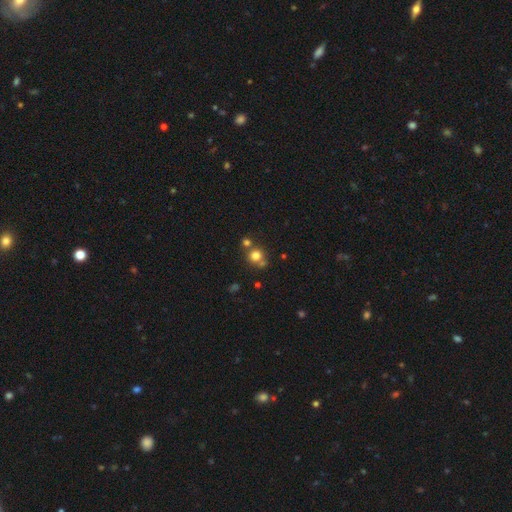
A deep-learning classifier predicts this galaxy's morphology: Overall: smooth (77%). How rounded: round (88%). Merging: none (61%; merger 25%).